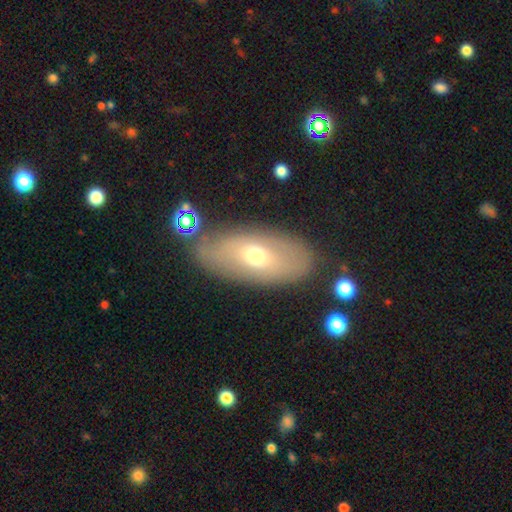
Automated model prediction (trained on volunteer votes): smooth_or_featured: smooth (p=0.54) [alt: featured or disk p=0.38]
how_rounded: in between (p=0.90) [alt: cigar-shaped p=0.05]
merging: none (p=0.76) [alt: minor disturbance p=0.14]